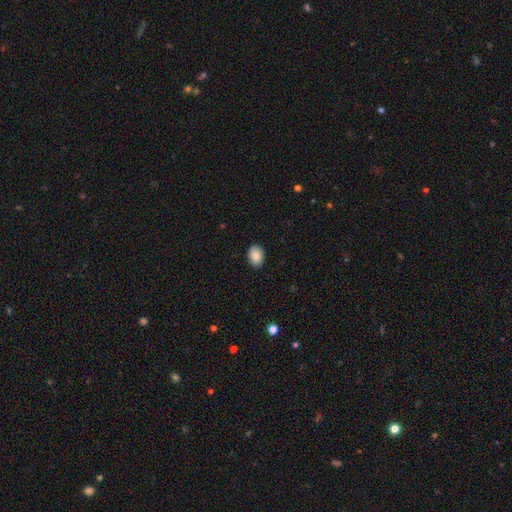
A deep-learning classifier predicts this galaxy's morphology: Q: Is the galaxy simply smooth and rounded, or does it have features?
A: smooth — 88%.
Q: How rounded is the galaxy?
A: in between — 81%.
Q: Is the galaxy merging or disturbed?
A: none — 89%.